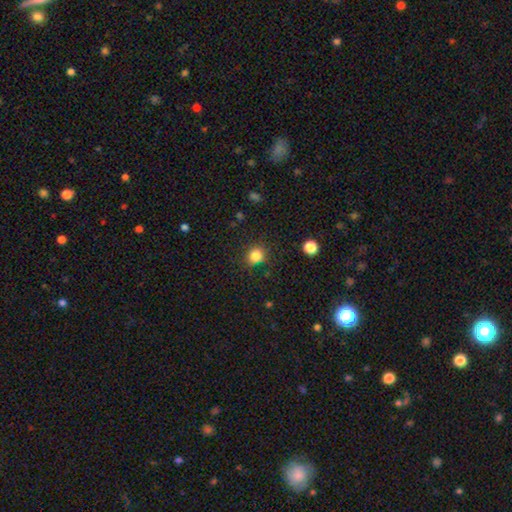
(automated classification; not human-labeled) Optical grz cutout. It shows a smooth galaxy with no disk features (83%) that is round (80%). Merging: none (83%).